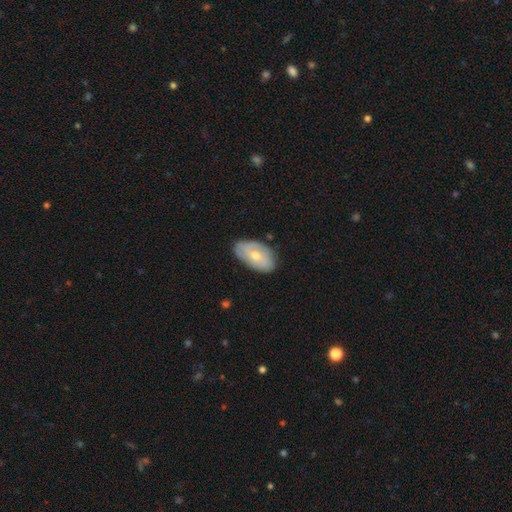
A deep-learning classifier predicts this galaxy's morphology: smooth-or-featured: featured or disk: 48% | smooth: 45% | star or artifact: 6%
  merging: none: 75% | minor disturbance: 20% | major disturbance: 4% | merger: 1%